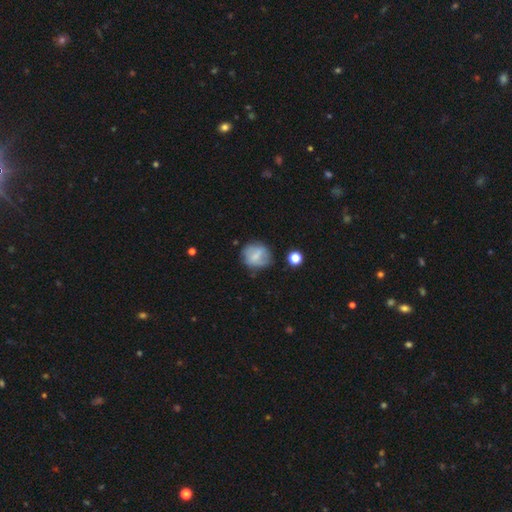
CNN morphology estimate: This appears to be a smooth galaxy with no disk features (58%) that is round (71%). Merging: none (65%).